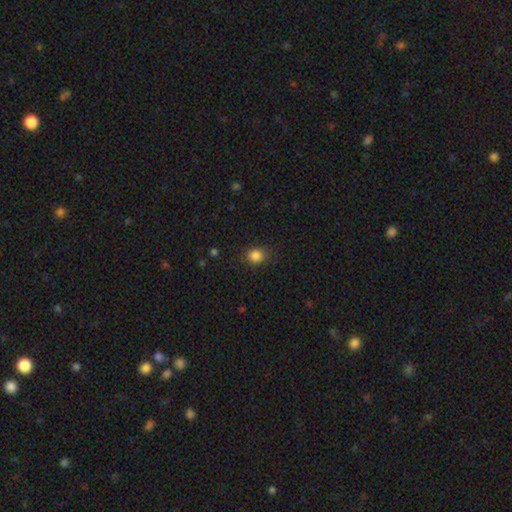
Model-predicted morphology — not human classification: A smooth galaxy with no disk features (85%) that is round (64%).

Vote fractions:
- Smooth or featured? smooth: 85% / star or artifact: 11% / featured or disk: 4%
- How rounded? round: 64% / in between: 35% / cigar-shaped: 1%
- Merging? none: 83% / minor disturbance: 12% / major disturbance: 3% / merger: 1%